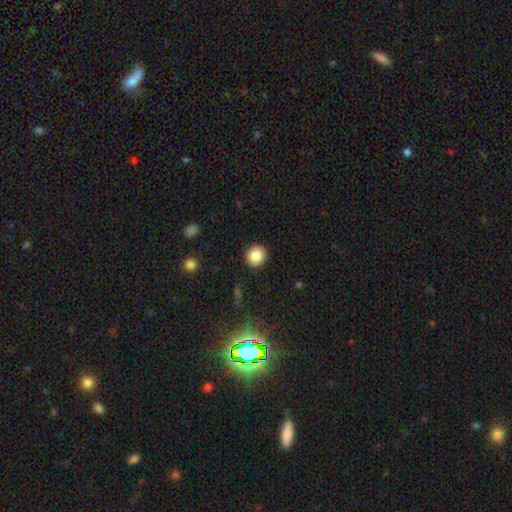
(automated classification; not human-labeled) smooth_or_featured: smooth (p=0.86) [alt: star or artifact p=0.09]
how_rounded: round (p=0.88) [alt: in between p=0.11]
merging: none (p=0.92) [alt: minor disturbance p=0.05]